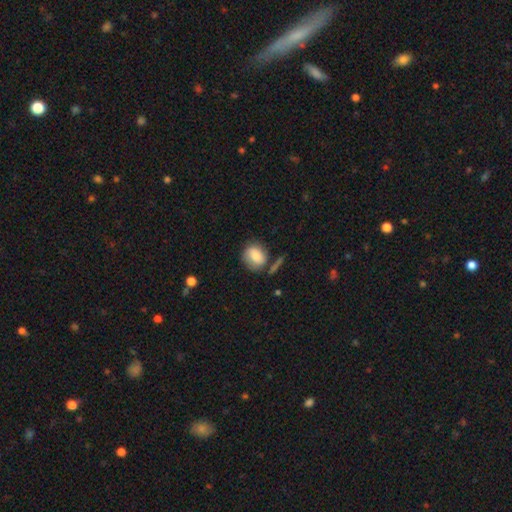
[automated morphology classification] Smooth or featured: smooth — 76% (featured or disk — 16%)
How rounded: round — 59% (in between — 40%)
Merging: none — 60% (minor disturbance — 21%)